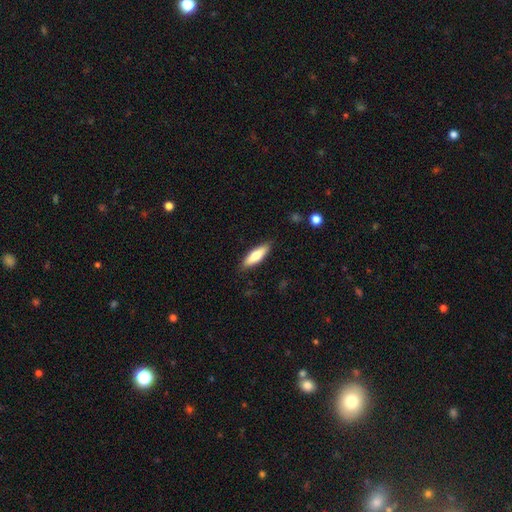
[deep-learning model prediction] A smooth galaxy with no disk features (71%) that is cigar-shaped (57%). Merging: none (86%).